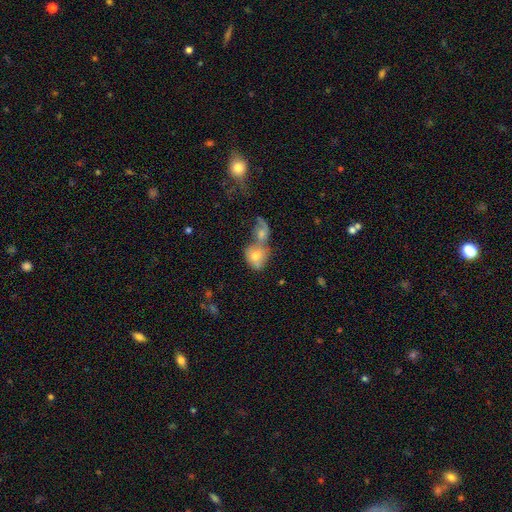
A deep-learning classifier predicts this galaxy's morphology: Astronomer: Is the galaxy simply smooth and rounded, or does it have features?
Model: smooth — 64%.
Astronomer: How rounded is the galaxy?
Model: round — 59% (runner-up: in between, 40%).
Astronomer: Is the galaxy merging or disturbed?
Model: merger — 67%.